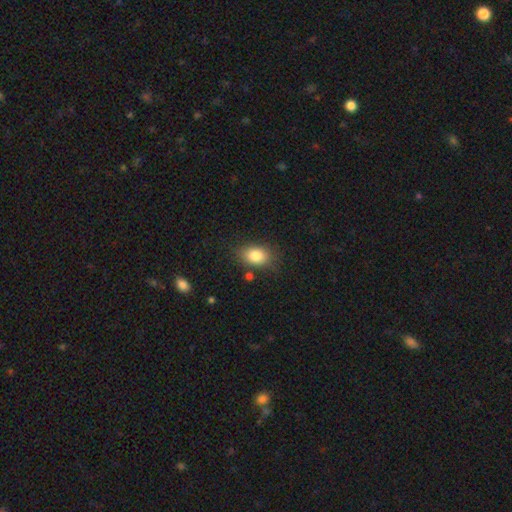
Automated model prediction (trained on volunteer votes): A smooth galaxy with no disk features (83%) that is in between round and cigar-shaped (79%).

Vote fractions:
- Smooth or featured? smooth: 83% / star or artifact: 9% / featured or disk: 8%
- How rounded? in between: 79% / round: 19% / cigar-shaped: 2%
- Merging? none: 77% / minor disturbance: 16% / major disturbance: 4% / merger: 4%